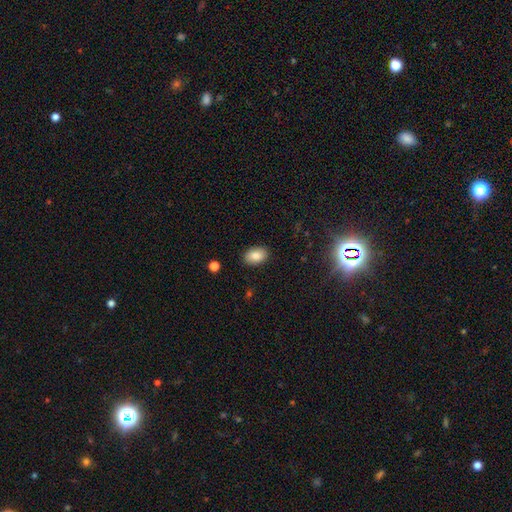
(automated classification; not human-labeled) smooth-or-featured: smooth: 85% | star or artifact: 8% | featured or disk: 7%
  how-rounded: in between: 87% | round: 12% | cigar-shaped: 1%
  merging: none: 88% | minor disturbance: 9% | major disturbance: 2% | merger: 1%